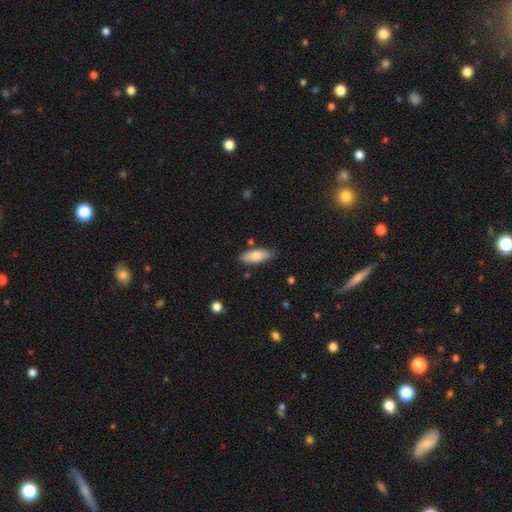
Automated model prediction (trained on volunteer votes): smooth_or_featured: smooth (p=0.76) [alt: featured or disk p=0.18]
how_rounded: in between (p=0.72) [alt: cigar-shaped p=0.26]
merging: none (p=0.82) [alt: minor disturbance p=0.12]